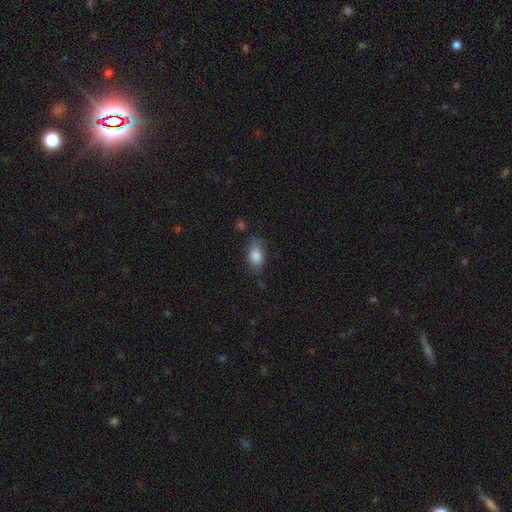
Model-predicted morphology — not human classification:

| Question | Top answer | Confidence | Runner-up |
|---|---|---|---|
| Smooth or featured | smooth | 81% | featured or disk (11%) |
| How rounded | in between | 86% | round (8%) |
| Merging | none | 64% | minor disturbance (26%) |